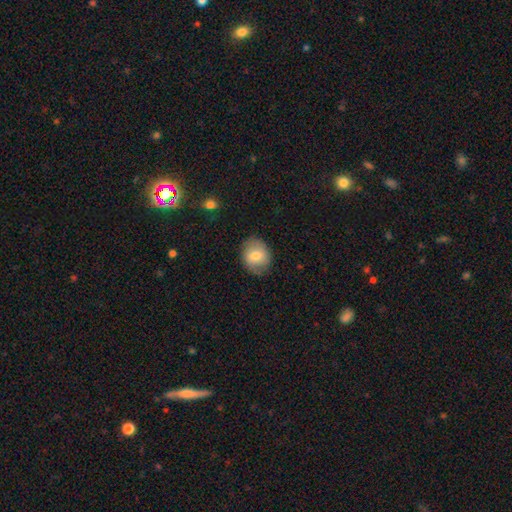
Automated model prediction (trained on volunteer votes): smooth-or-featured: smooth: 70% | featured or disk: 22% | star or artifact: 8%
  how-rounded: round: 61% | in between: 38% | cigar-shaped: 1%
  merging: none: 79% | minor disturbance: 16% | major disturbance: 4% | merger: 1%